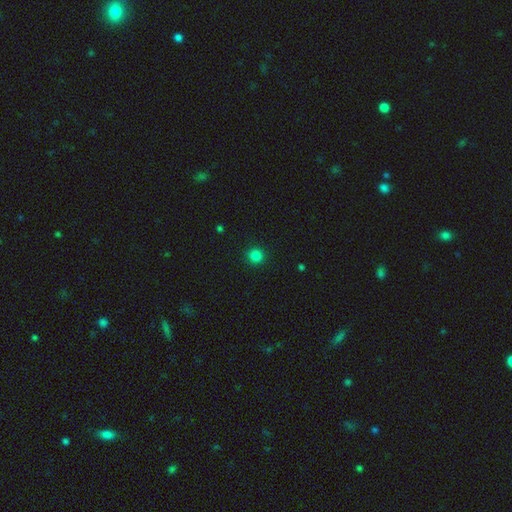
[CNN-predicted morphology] The model was most divided on "smooth or featured": smooth: 84%, star or artifact: 14%, featured or disk: 3%. More confident: how rounded — round (93%); merging — none (92%).